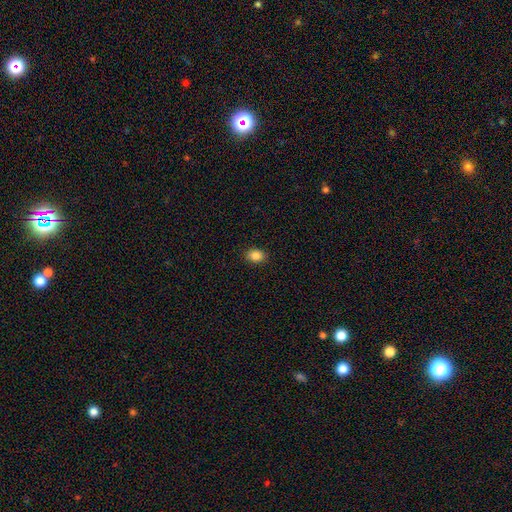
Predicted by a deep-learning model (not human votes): This is clearly a smooth galaxy (86%). How rounded: likely in between (66%). Merging: clearly none (90%).